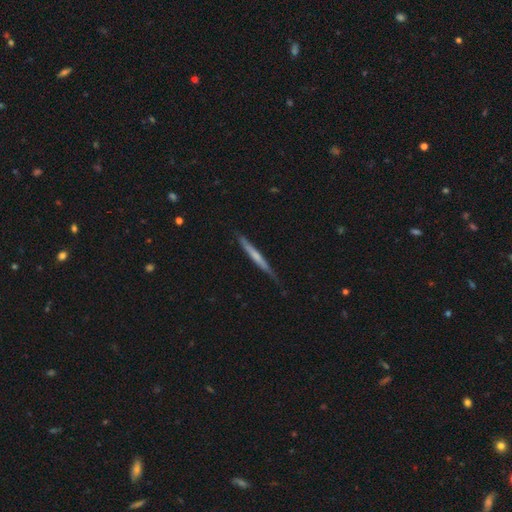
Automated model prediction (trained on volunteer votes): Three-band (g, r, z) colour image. It shows a featured or disk galaxy (49%). Merging: none (82%).